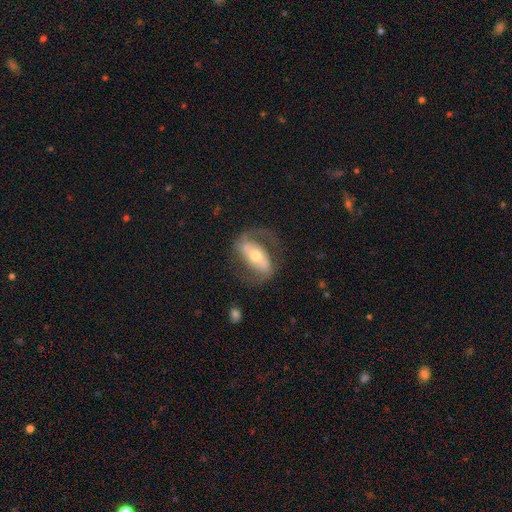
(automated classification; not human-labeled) Smooth or featured: featured or disk — 79% (smooth — 16%)
Edge-on disk: no — 93% (yes — 7%)
Bar: strong — 53% (weak — 26%)
Spiral arms: yes — 87% (no — 13%)
Spiral winding: medium — 48% (loose — 32%)
Spiral arm count: 2 — 86% (1 — 6%)
Bulge size: moderate — 60% (small — 31%)
Merging: none — 67% (minor disturbance — 16%)